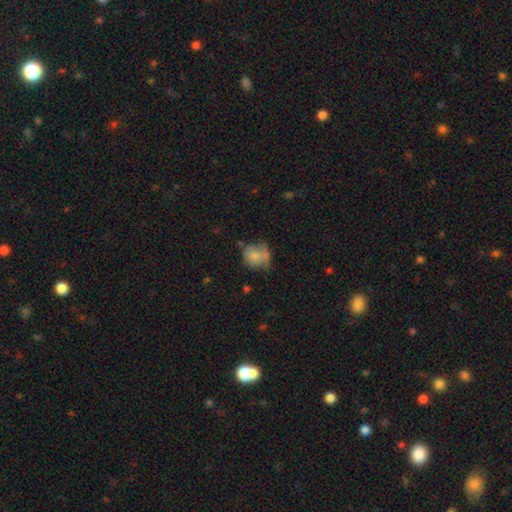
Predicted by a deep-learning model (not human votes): A smooth galaxy with no disk features (73%) that is round (67%). Merging: none (42%).